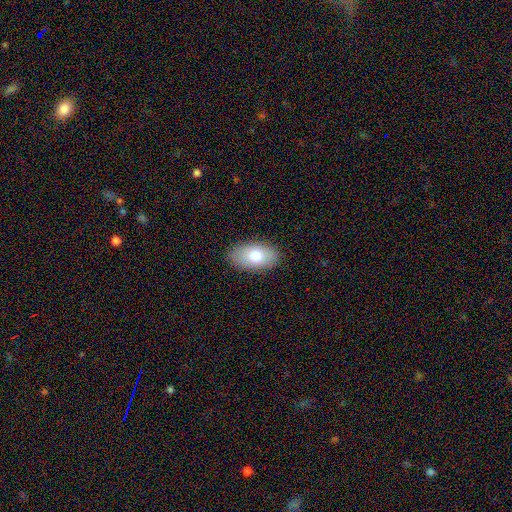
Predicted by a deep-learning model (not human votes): smooth_or_featured: smooth (p=0.77) [alt: featured or disk p=0.16]
how_rounded: in between (p=0.94) [alt: round p=0.04]
merging: none (p=0.86) [alt: minor disturbance p=0.10]